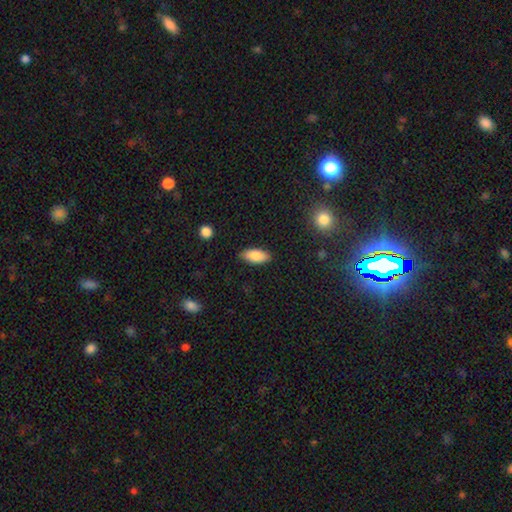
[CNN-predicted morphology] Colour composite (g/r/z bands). It shows a smooth galaxy with no disk features (86%) that is in between round and cigar-shaped (87%). Merging: none (84%).